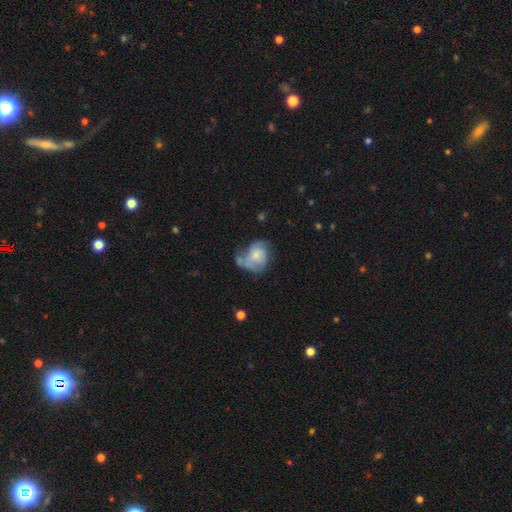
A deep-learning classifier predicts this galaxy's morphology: This appears to be a featured or disk galaxy (54%) with no bar (74%), spiral arms (72%) and a small central bulge (46%). Merging: none (31%).